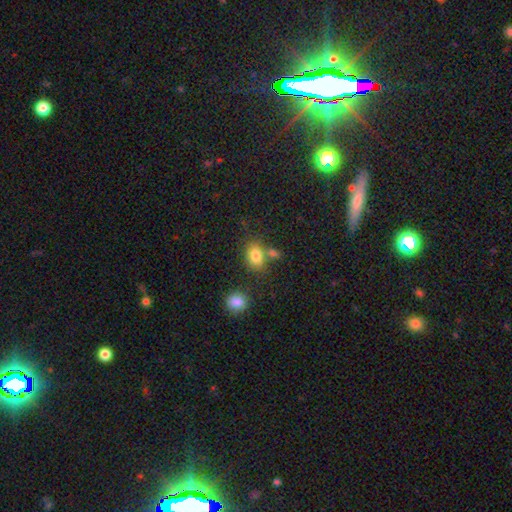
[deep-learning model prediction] Smooth or featured?
  - smooth: 82% *
  - star or artifact: 10%
  - featured or disk: 8%
How rounded?
  - in between: 74% *
  - round: 25%
  - cigar-shaped: 1%
Merging?
  - none: 61% *
  - merger: 20%
  - minor disturbance: 14%
  - major disturbance: 5%